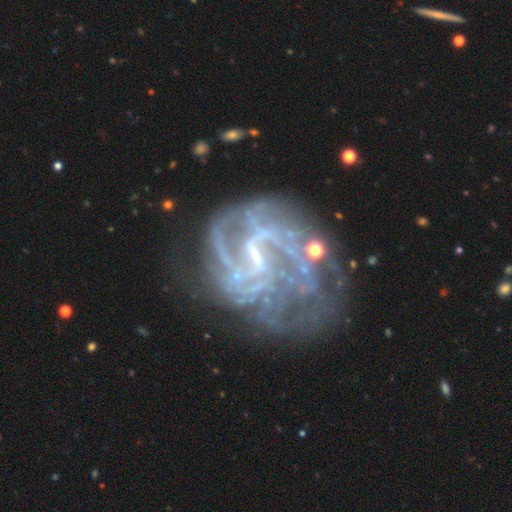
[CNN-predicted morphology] Smooth or featured? featured or disk (85%)
Edge-on disk? no (98%)
Bar? weak (49%)
Spiral arms? yes (84%)
Spiral winding? medium (41%)
Spiral arm count? can't tell (36%)
Bulge size? none (45%)
Merging? none (44%)